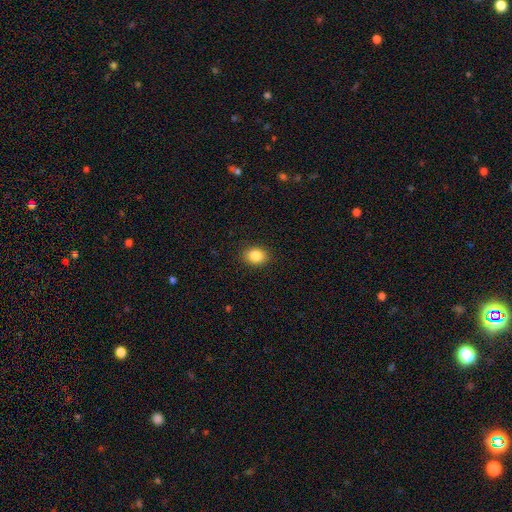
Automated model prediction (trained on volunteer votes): Overall: smooth (86%). How rounded: in between (57%; round 42%). Merging: none (89%).